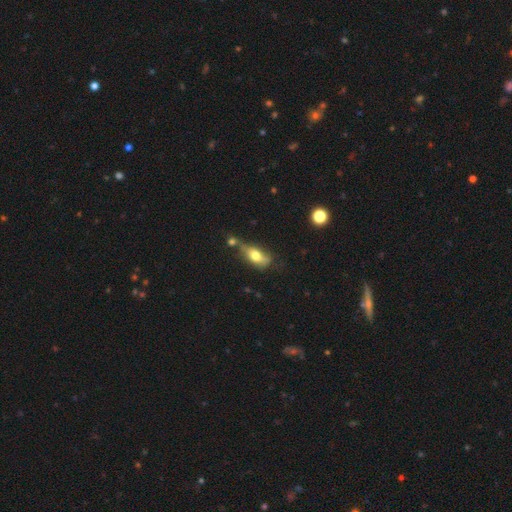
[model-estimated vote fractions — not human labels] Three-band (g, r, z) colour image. It shows a smooth galaxy with no disk features (63%) that is in between round and cigar-shaped (78%). Merging: none (36%).